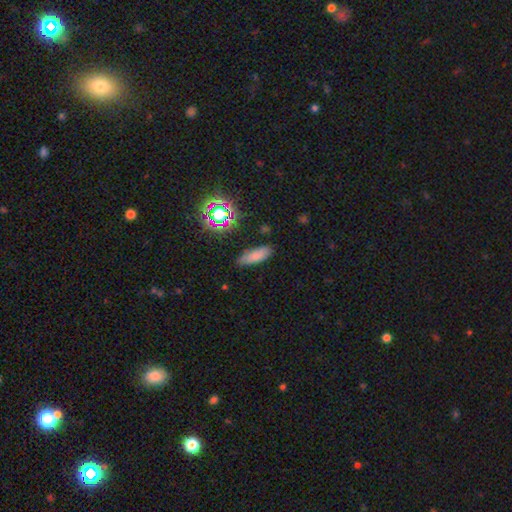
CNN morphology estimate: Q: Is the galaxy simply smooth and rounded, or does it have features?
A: smooth — 76%.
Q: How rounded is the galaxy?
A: in between — 59%.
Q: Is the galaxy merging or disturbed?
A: none — 83%.